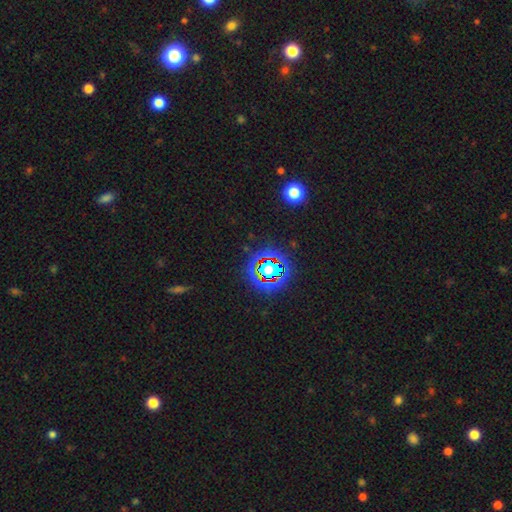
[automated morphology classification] The model was most divided on "smooth or featured": star or artifact: 73%, smooth: 18%, featured or disk: 9%.